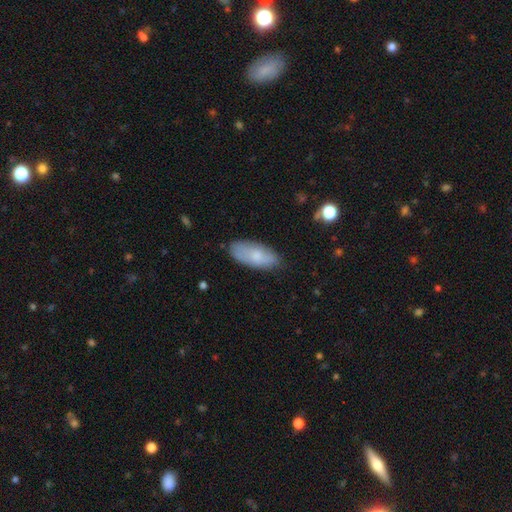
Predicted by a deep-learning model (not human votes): Smooth or featured? smooth (75%)
How rounded? in between (86%)
Merging? none (79%)